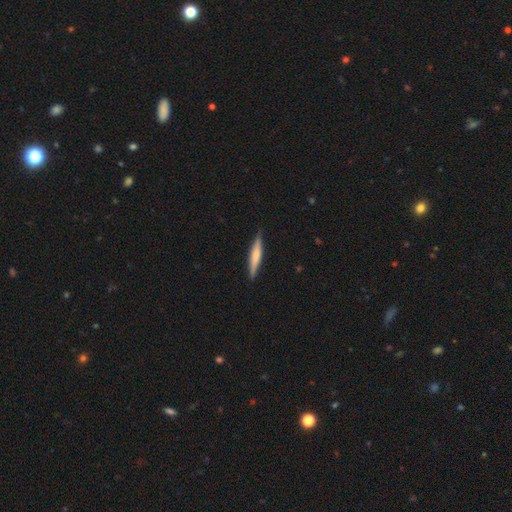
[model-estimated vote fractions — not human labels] A smooth galaxy with no disk features (51%) that is cigar-shaped (91%). Merging: none (88%).